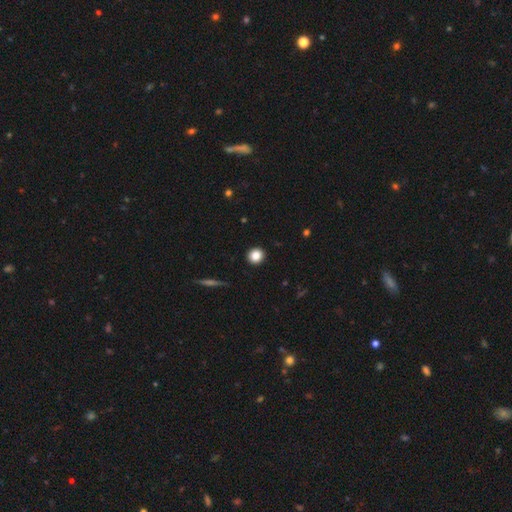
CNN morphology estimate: Overall: smooth (84%). How rounded: round (92%). Merging: none (93%).